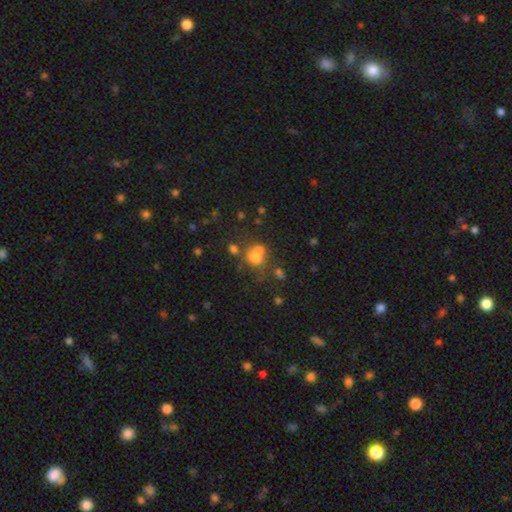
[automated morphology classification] The model was most divided on "merging": merger: 44%, none: 37%, minor disturbance: 11%, major disturbance: 8%. More confident: how rounded — round (72%); smooth or featured — smooth (66%).